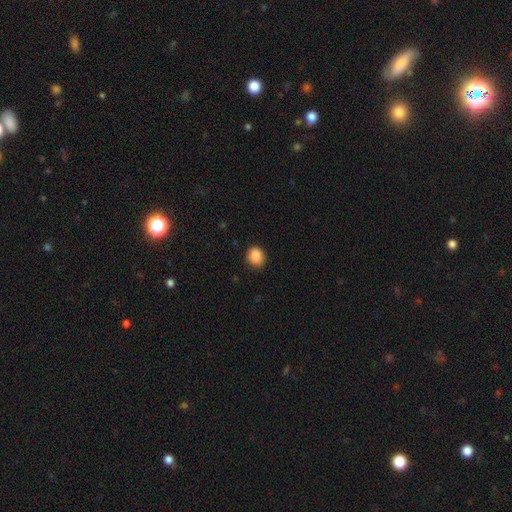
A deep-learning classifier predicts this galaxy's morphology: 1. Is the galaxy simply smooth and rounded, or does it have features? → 88% smooth, 9% star or artifact, 3% featured or disk.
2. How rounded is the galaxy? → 71% round, 28% in between, 1% cigar-shaped.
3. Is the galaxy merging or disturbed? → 83% none, 13% minor disturbance, 3% major disturbance, 1% merger.